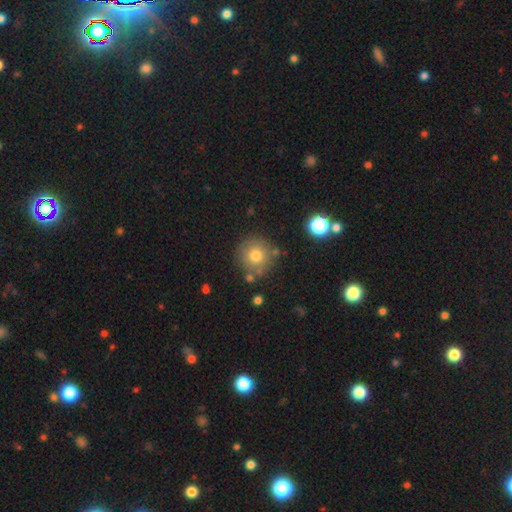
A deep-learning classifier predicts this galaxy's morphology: A smooth galaxy with no disk features (75%) that is round (94%). Merging: none (80%).